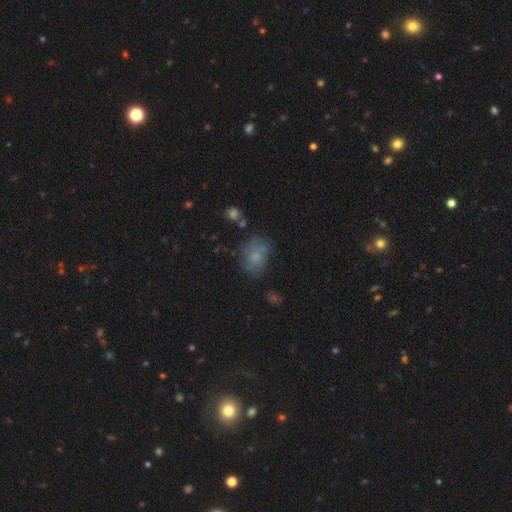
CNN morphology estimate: type=smooth (69%); roundness=in between (75%); merging=none (49%).